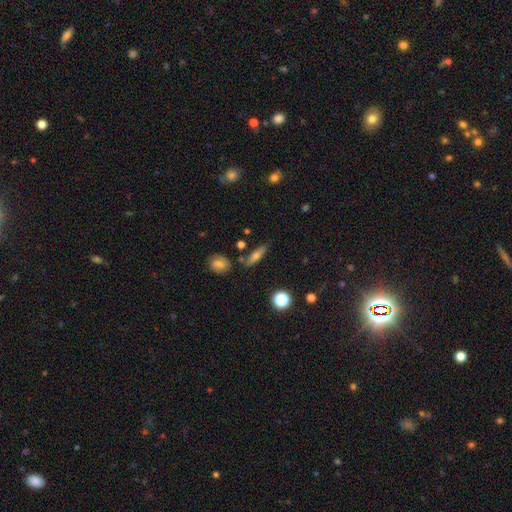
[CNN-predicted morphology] Smooth or featured? smooth (56%)
How rounded? cigar-shaped (64%)
Merging? none (75%)